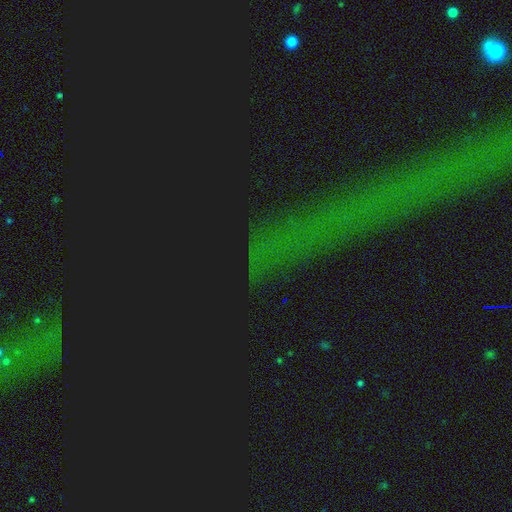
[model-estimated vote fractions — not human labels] The model was most divided on "smooth or featured": star or artifact: 83%, smooth: 9%, featured or disk: 8%.